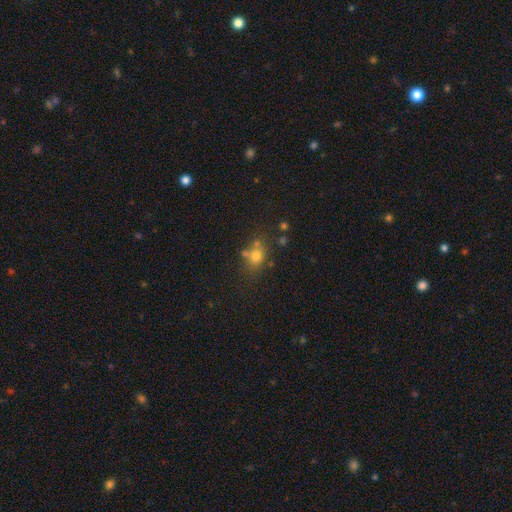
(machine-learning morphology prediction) The model was most divided on "how rounded": round: 58%, in between: 39%, cigar-shaped: 2%. More confident: smooth or featured — smooth (68%); merging — none (58%).